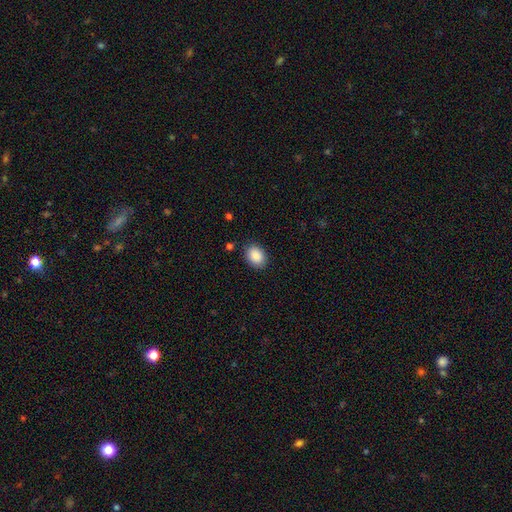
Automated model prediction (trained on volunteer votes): smooth-or-featured: smooth: 89% | star or artifact: 7% | featured or disk: 4%
  how-rounded: in between: 68% | round: 31% | cigar-shaped: 1%
  merging: none: 86% | minor disturbance: 10% | major disturbance: 2% | merger: 1%